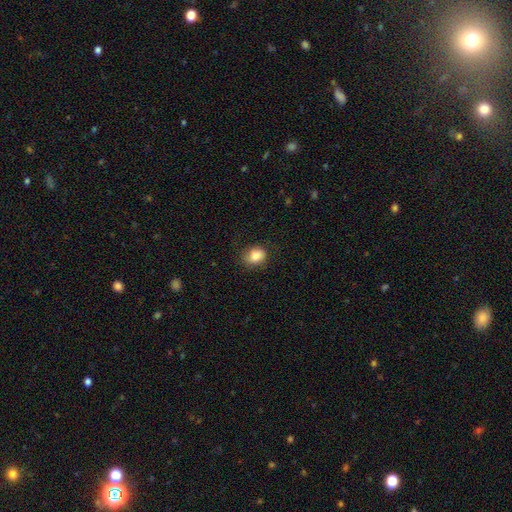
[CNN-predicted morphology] Smooth or featured?
  - smooth: 82% *
  - featured or disk: 9%
  - star or artifact: 9%
How rounded?
  - round: 56% *
  - in between: 44%
  - cigar-shaped: 1%
Merging?
  - none: 75% *
  - minor disturbance: 19%
  - major disturbance: 5%
  - merger: 1%